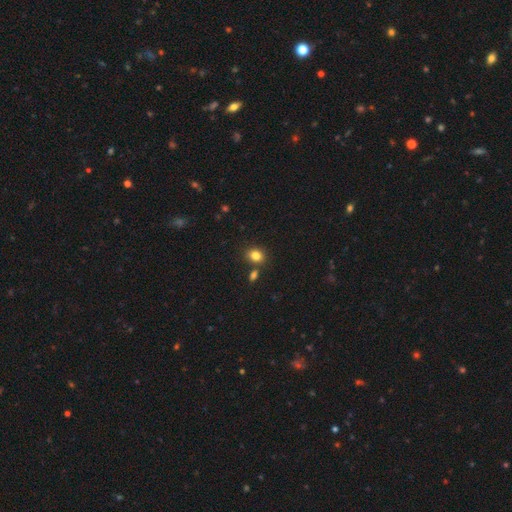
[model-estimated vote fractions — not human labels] smooth-or-featured: smooth: 83% | star or artifact: 11% | featured or disk: 6%
  how-rounded: round: 53% | in between: 46% | cigar-shaped: 1%
  merging: none: 75% | merger: 12% | minor disturbance: 10% | major disturbance: 3%